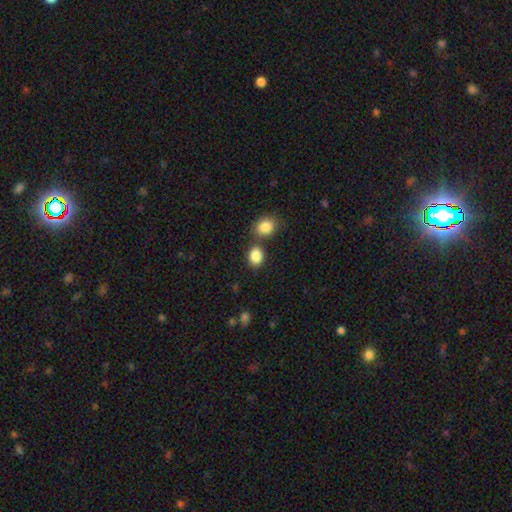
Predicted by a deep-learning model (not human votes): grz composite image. It shows a smooth galaxy with no disk features (86%) that is in between round and cigar-shaped (51%). Merging: none (65%).